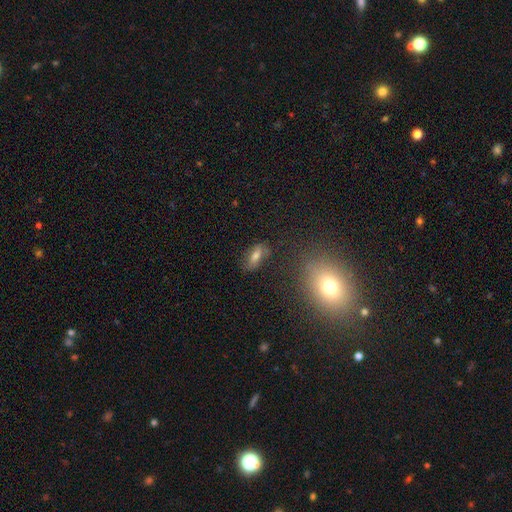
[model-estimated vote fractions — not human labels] The model was most divided on "smooth or featured": smooth: 61%, featured or disk: 24%, star or artifact: 15%. More confident: merging — none (75%); how rounded — in between (75%).